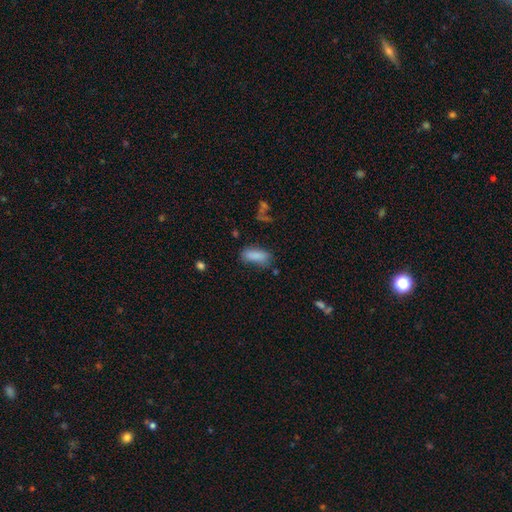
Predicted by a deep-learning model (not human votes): Q: Smooth or featured?
A: smooth (85%); runner-up: star or artifact (8%)
Q: How rounded?
A: in between (79%); runner-up: cigar-shaped (18%)
Q: Merging?
A: none (64%); runner-up: minor disturbance (24%)